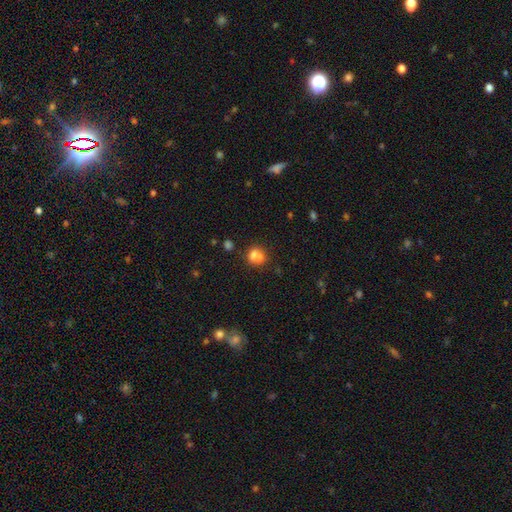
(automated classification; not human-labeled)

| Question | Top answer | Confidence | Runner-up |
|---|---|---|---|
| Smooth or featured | smooth | 68% | featured or disk (19%) |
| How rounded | round | 72% | in between (27%) |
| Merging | merger | 54% | none (34%) |